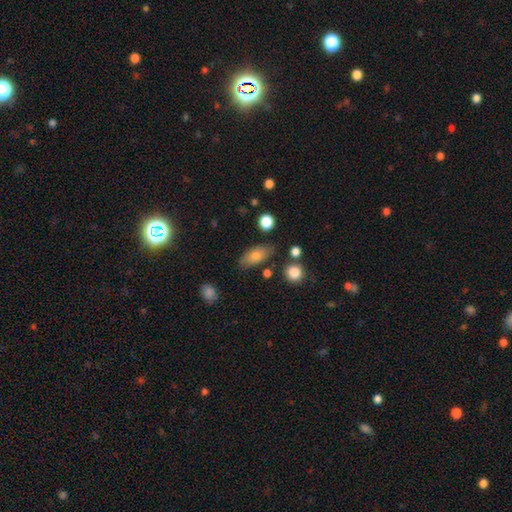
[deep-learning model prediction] Overall: smooth (75%). How rounded: in between (85%). Merging: none (71%).